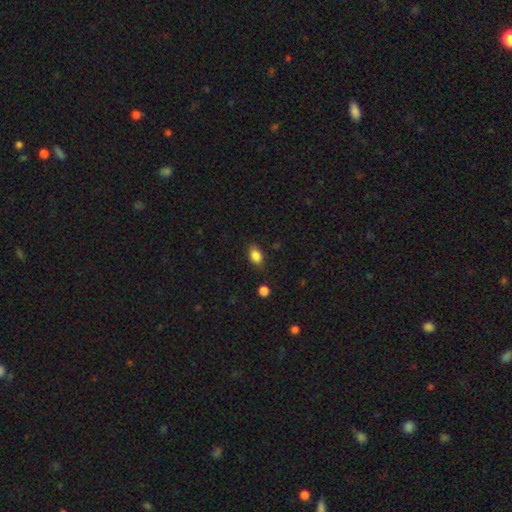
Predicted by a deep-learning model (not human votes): Smooth or featured? smooth (84%)
How rounded? in between (83%)
Merging? none (80%)